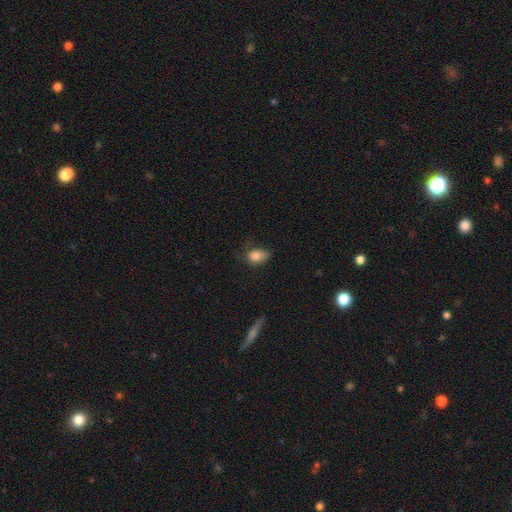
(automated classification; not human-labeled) smooth-or-featured: smooth: 84% | star or artifact: 9% | featured or disk: 8%
  how-rounded: in between: 83% | round: 15% | cigar-shaped: 2%
  merging: none: 50% | minor disturbance: 33% | major disturbance: 16% | merger: 2%